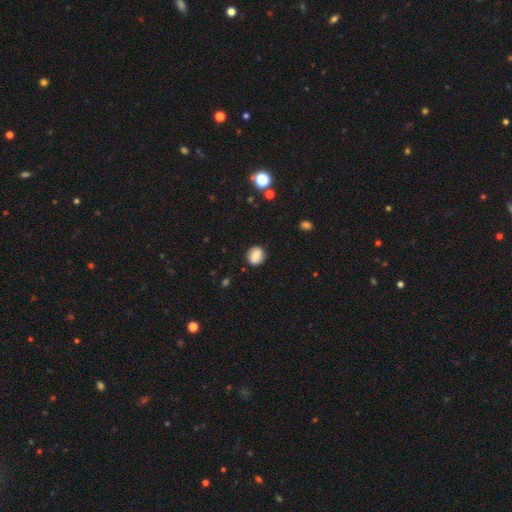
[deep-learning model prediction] This is likely a smooth galaxy (75%). How rounded: likely round (70%). Merging: clearly none (84%).